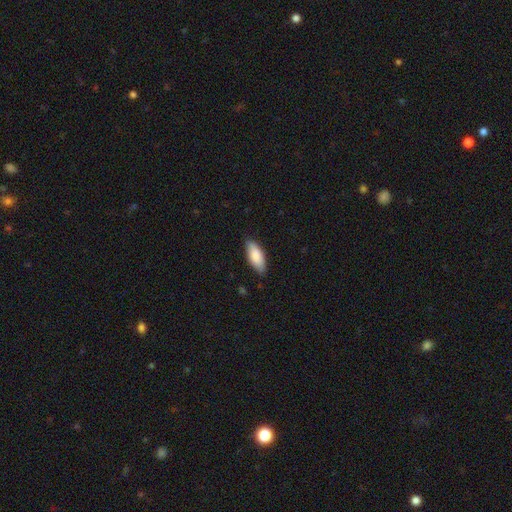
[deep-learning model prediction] This appears to be a smooth galaxy with no disk features (85%) that is in between round and cigar-shaped (81%). Merging: none (83%).